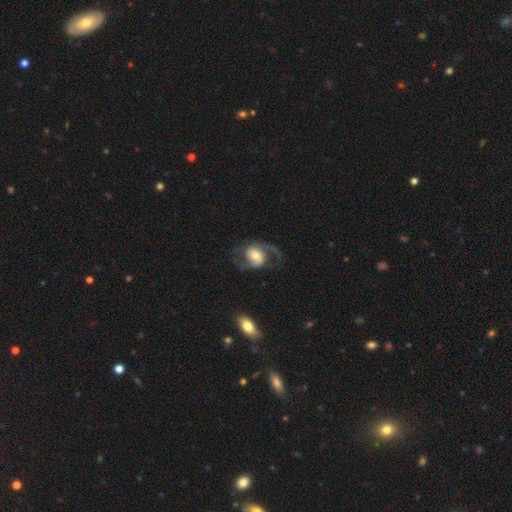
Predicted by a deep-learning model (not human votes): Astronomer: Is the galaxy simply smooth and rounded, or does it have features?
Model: featured or disk — 78%.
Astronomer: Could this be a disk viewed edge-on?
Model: no — 97%.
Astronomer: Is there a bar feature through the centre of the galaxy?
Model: no — 54% (runner-up: weak, 33%).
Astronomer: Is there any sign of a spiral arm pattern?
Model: yes — 93%.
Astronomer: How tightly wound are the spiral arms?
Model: loose — 47% (runner-up: medium, 43%).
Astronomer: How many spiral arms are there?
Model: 2 — 84%.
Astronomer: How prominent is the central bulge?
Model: moderate — 62%.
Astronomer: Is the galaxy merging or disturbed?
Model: none — 63%.